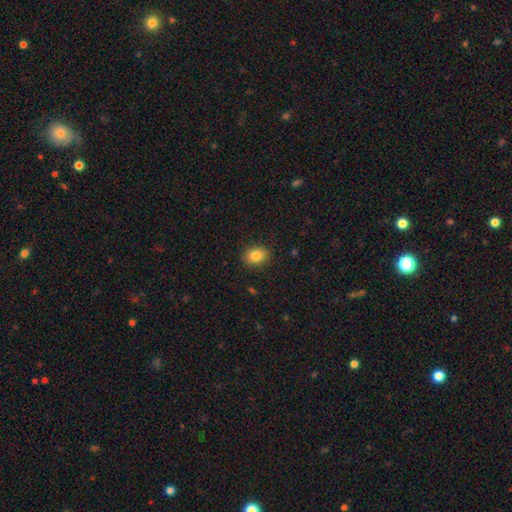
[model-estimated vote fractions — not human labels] This appears to be a smooth galaxy with no disk features (83%) that is in between round and cigar-shaped (64%). Merging: none (89%).